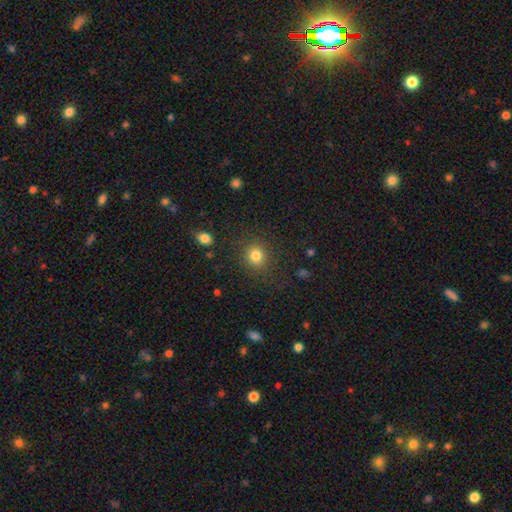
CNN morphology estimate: Smooth or featured: smooth — 82% (star or artifact — 12%)
How rounded: round — 84% (in between — 15%)
Merging: none — 85% (minor disturbance — 9%)